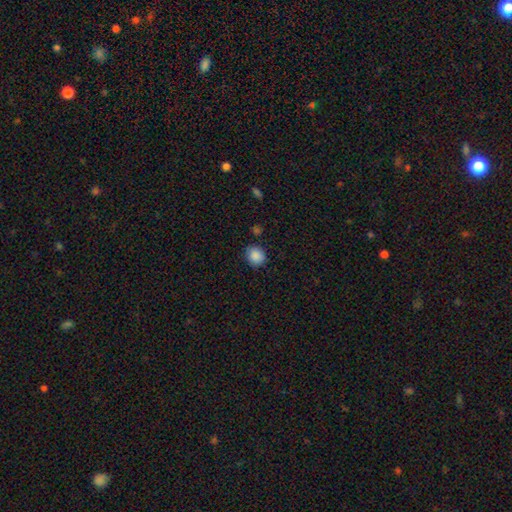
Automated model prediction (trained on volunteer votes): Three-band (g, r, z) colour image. It shows a smooth galaxy with no disk features (88%) that is round (83%). Merging: none (84%).